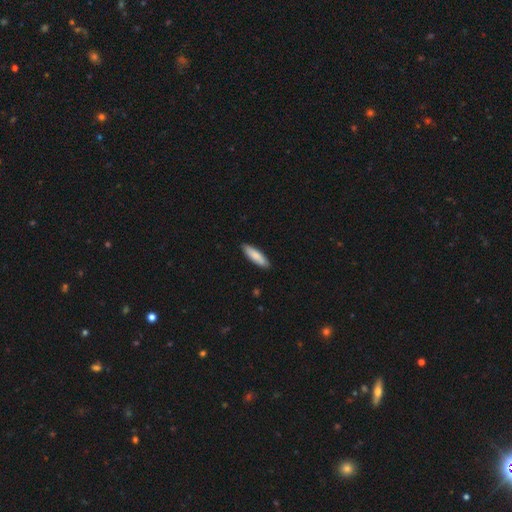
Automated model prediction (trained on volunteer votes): Smooth or featured? Predicted: smooth (p=0.85). How rounded? Predicted: cigar-shaped (p=0.63). Merging? Predicted: none (p=0.89).